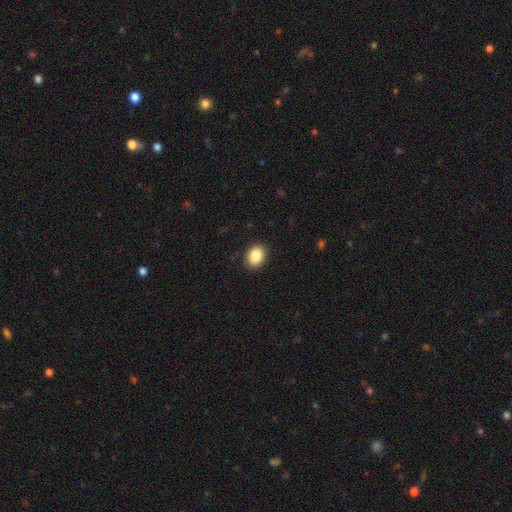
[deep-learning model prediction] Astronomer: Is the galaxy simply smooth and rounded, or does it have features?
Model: smooth — 89%.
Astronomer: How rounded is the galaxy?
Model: in between — 63%.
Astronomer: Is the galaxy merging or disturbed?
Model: none — 89%.